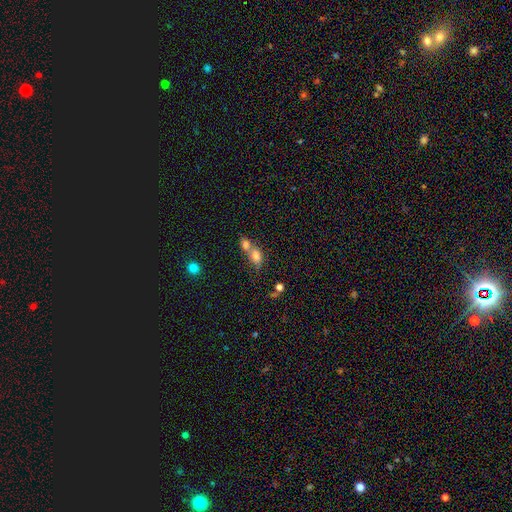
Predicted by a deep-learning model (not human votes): The model was most divided on "merging": merger: 66%, none: 22%, minor disturbance: 7%, major disturbance: 4%. More confident: smooth or featured — smooth (75%); how rounded — in between (73%).